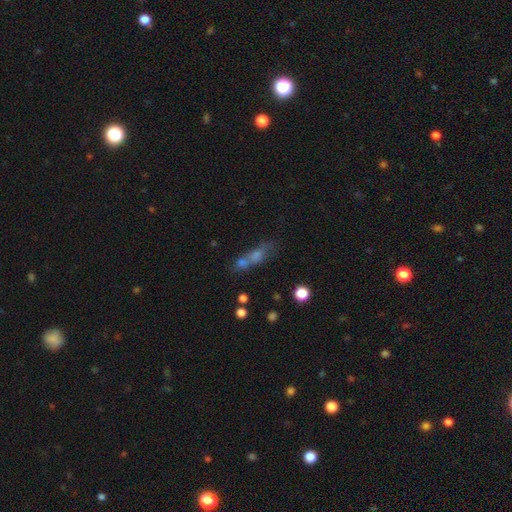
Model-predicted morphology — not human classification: Smooth or featured? smooth (53%)
How rounded? cigar-shaped (44%)
Merging? none (39%, tied with merger)